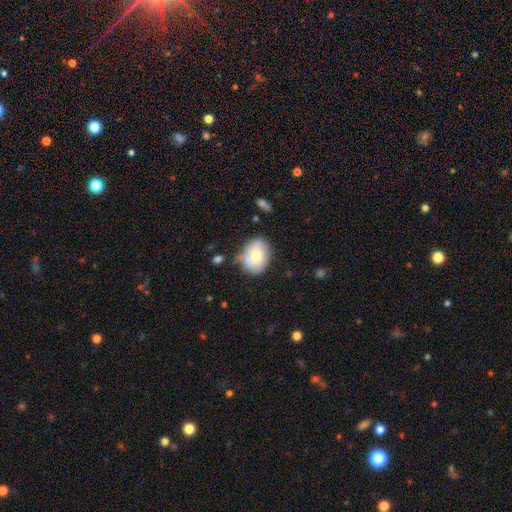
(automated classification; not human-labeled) Overall: smooth (69%). How rounded: in between (58%; round 41%). Merging: none (60%; minor disturbance 27%).